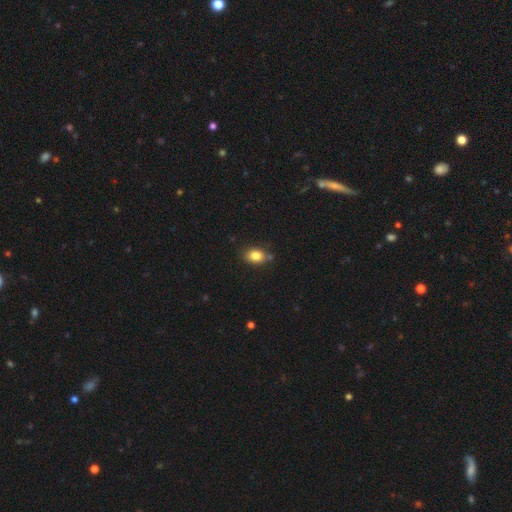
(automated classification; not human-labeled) Smooth or featured: smooth — 84% (star or artifact — 9%)
How rounded: in between — 73% (round — 25%)
Merging: none — 75% (minor disturbance — 16%)